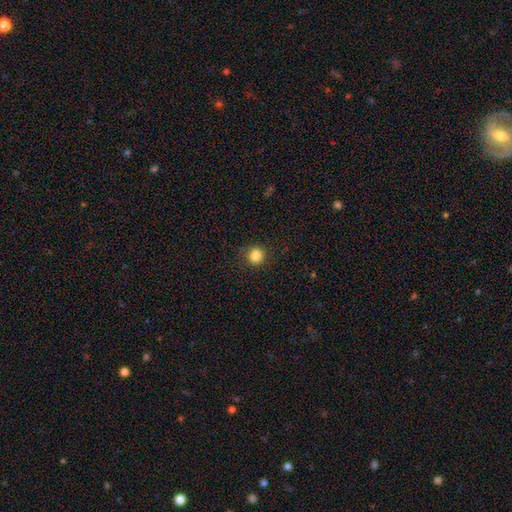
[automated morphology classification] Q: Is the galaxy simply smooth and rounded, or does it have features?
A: smooth — 84%.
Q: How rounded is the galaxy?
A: round — 92%.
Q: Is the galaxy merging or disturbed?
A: none — 89%.